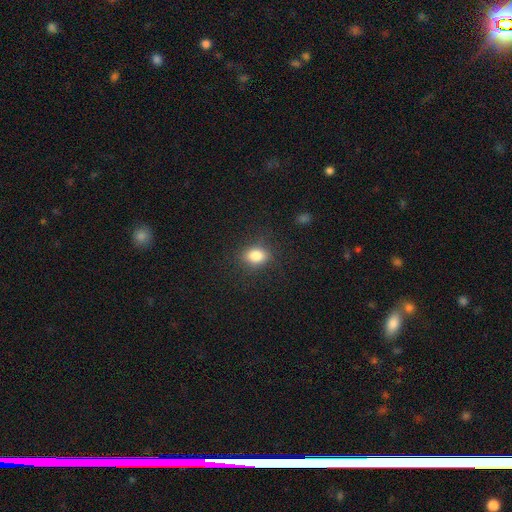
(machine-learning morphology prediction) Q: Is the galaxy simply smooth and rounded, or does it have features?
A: smooth — 84%.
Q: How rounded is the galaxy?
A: in between — 60%.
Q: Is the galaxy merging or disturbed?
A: none — 82%.